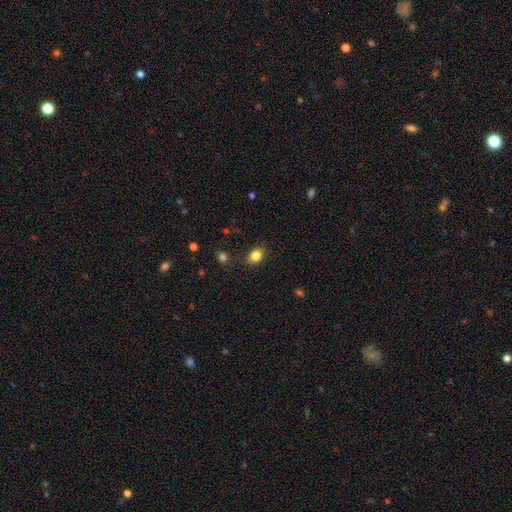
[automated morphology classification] Smooth or featured: smooth — 83% (star or artifact — 10%)
How rounded: in between — 65% (round — 34%)
Merging: none — 81% (minor disturbance — 14%)